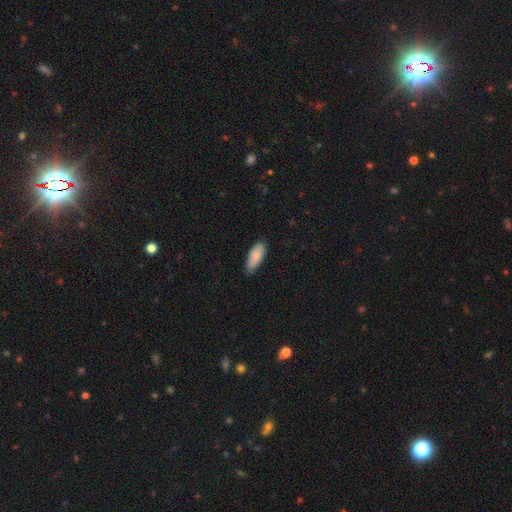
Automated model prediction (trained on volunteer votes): Smooth or featured: smooth — 85% (featured or disk — 9%)
How rounded: in between — 76% (cigar-shaped — 22%)
Merging: none — 77% (minor disturbance — 19%)